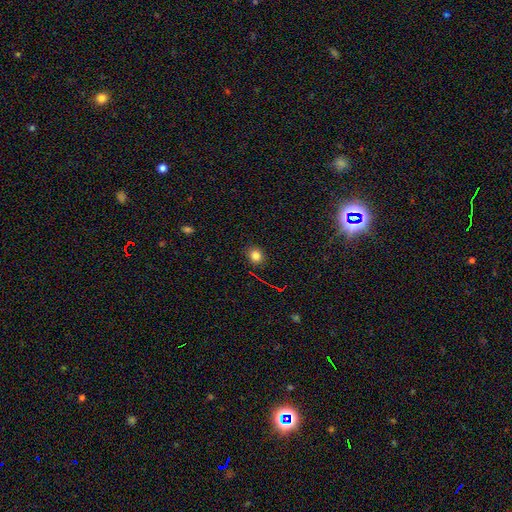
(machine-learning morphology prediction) Overall: smooth (80%). How rounded: round (72%). Merging: none (88%).